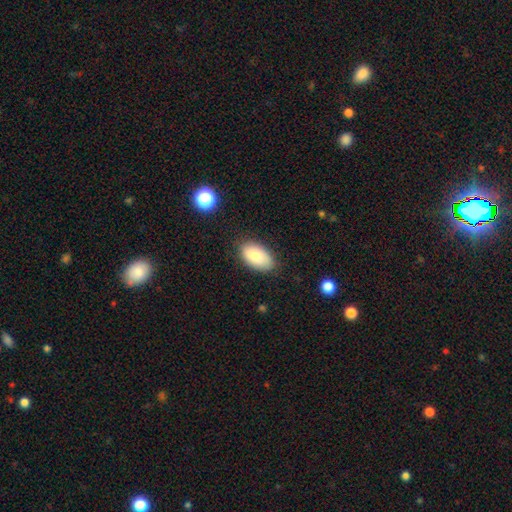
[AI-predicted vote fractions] Smooth or featured? smooth (85%)
How rounded? in between (94%)
Merging? none (83%)